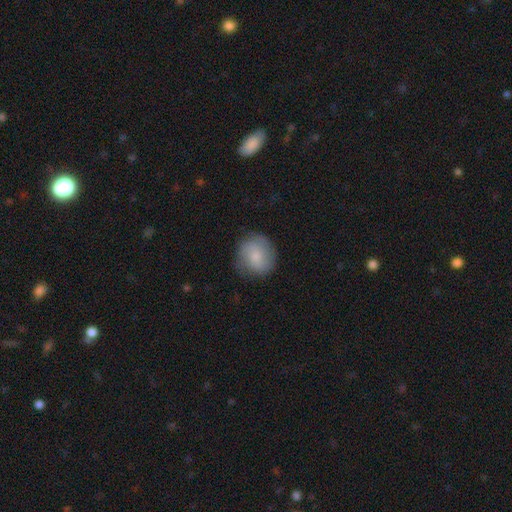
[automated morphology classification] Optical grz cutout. It shows a smooth galaxy with no disk features (74%) that is round (81%). Merging: none (77%).